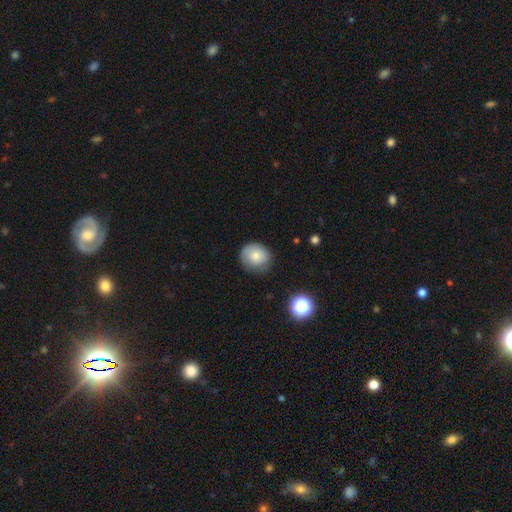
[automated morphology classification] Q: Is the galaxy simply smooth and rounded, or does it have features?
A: smooth — 78%.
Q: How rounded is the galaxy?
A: round — 81%.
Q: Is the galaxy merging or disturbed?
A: none — 74%.